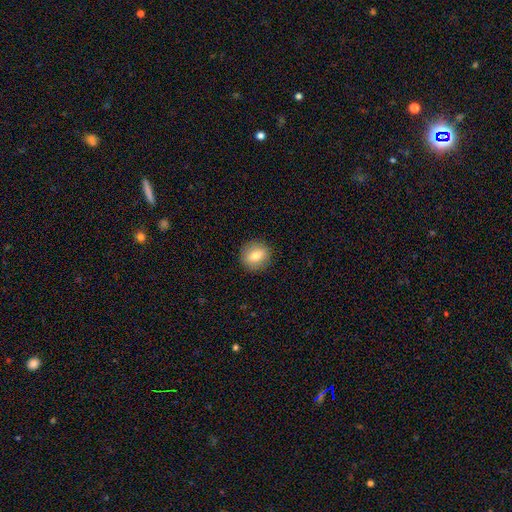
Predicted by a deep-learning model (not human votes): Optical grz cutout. It shows a smooth galaxy with no disk features (74%) that is round (84%). Merging: none (90%).